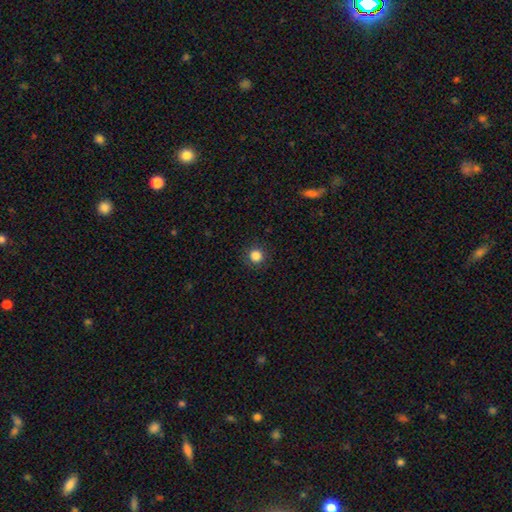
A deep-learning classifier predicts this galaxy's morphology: A smooth galaxy with no disk features (85%) that is round (94%).

Vote fractions:
- Smooth or featured? smooth: 85% / star or artifact: 11% / featured or disk: 3%
- How rounded? round: 94% / in between: 5% / cigar-shaped: 1%
- Merging? none: 90% / minor disturbance: 7% / major disturbance: 2% / merger: 1%